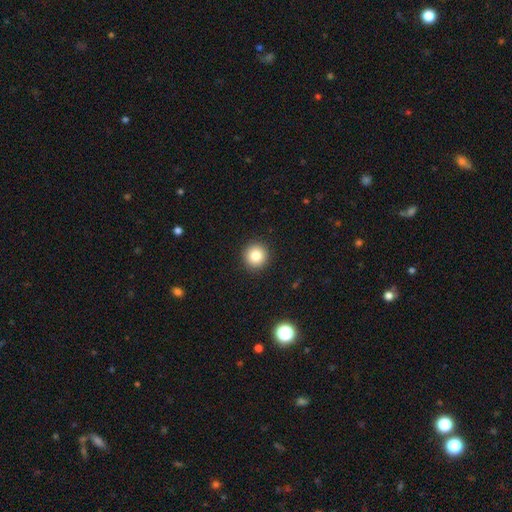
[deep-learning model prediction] This appears to be a smooth galaxy with no disk features (83%) that is round (94%). Merging: none (92%).